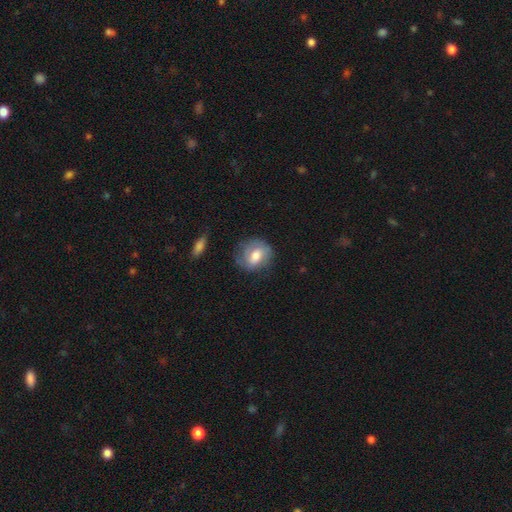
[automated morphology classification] smooth-or-featured: smooth: 59% | featured or disk: 34% | star or artifact: 7%
  how-rounded: round: 61% | in between: 38% | cigar-shaped: 1%
  merging: none: 65% | minor disturbance: 24% | major disturbance: 9% | merger: 2%